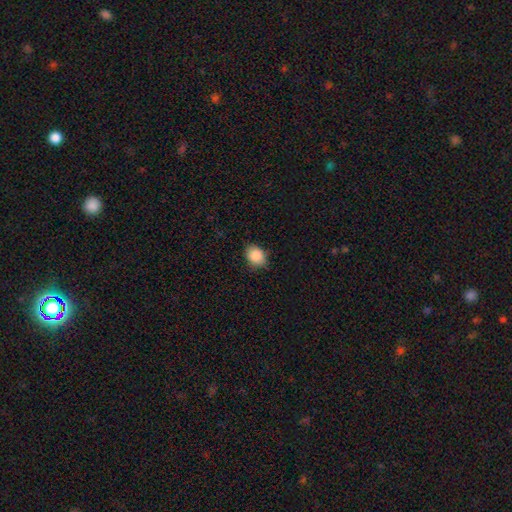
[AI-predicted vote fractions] The model was most divided on "how rounded": in between: 50%, round: 49%, cigar-shaped: 1%. More confident: smooth or featured — smooth (88%); merging — none (80%).